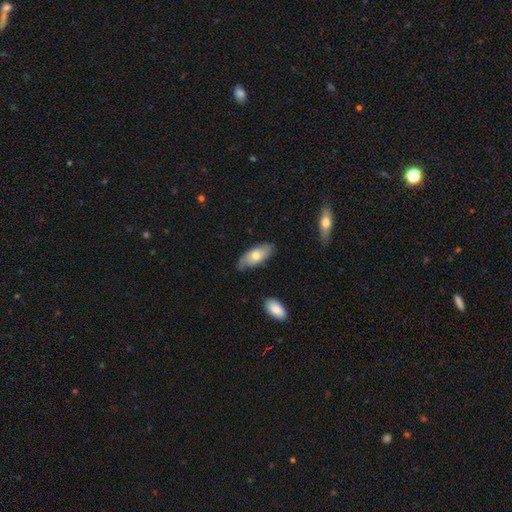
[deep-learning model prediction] Morphology: type=smooth (58%); roundness=in between (88%); merging=none (69%).